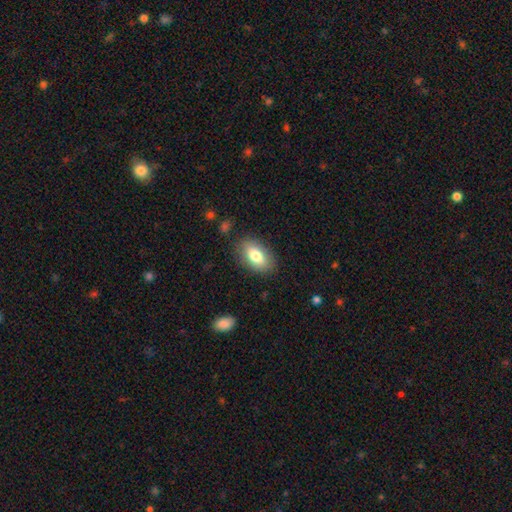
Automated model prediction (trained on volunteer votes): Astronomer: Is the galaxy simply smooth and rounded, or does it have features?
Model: smooth — 78%.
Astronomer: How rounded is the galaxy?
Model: in between — 91%.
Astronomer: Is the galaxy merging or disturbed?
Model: none — 84%.